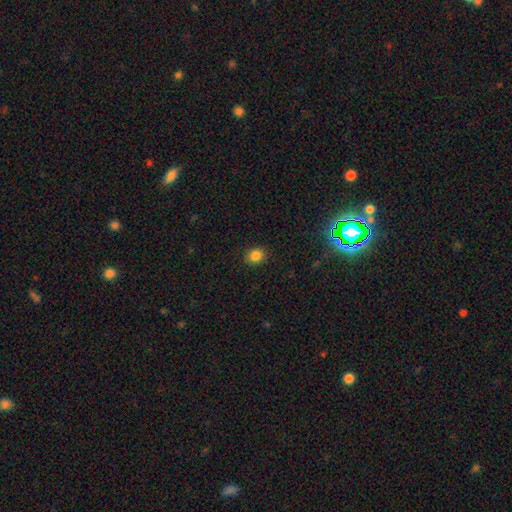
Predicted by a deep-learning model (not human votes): This appears to be a smooth galaxy with no disk features (84%) that is round (59%). Merging: none (88%).